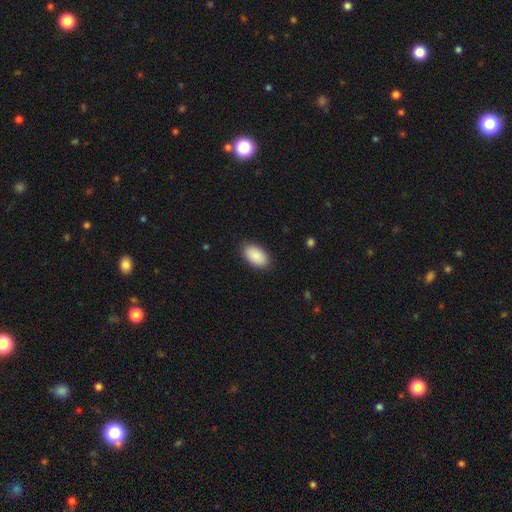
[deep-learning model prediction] Overall: smooth (90%). How rounded: in between (95%). Merging: none (87%).